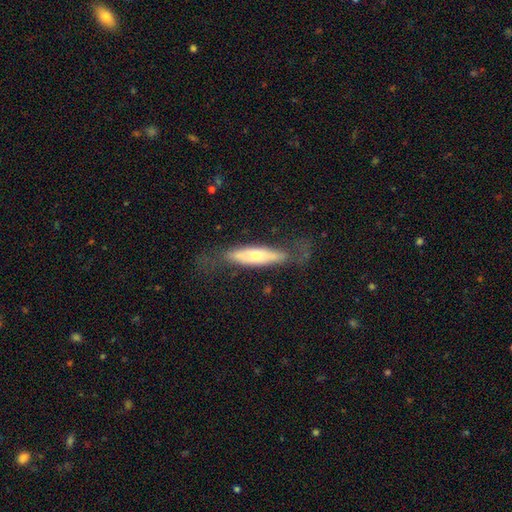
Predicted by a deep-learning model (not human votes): This appears to be a smooth galaxy with no disk features (49%). Merging: none (62%).